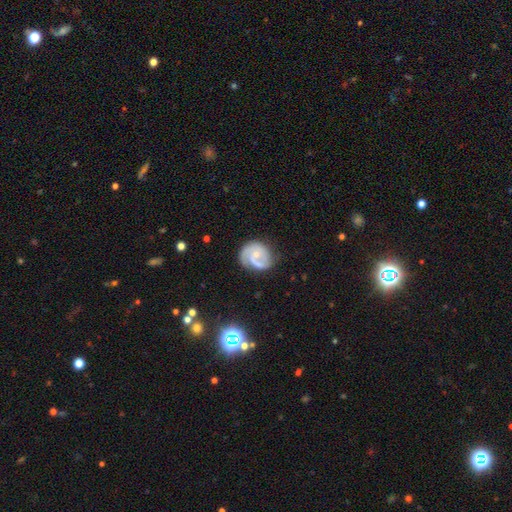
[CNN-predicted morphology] Smooth or featured? Predicted: featured or disk (p=0.79). Edge-on disk? Predicted: no (p=0.98). Bar? Predicted: no (p=0.63). Spiral arms? Predicted: yes (p=0.94). Spiral winding? Predicted: medium (p=0.43). Spiral arm count? Predicted: 2 (p=0.59). Bulge size? Predicted: small (p=0.62). Merging? Predicted: none (p=0.64).